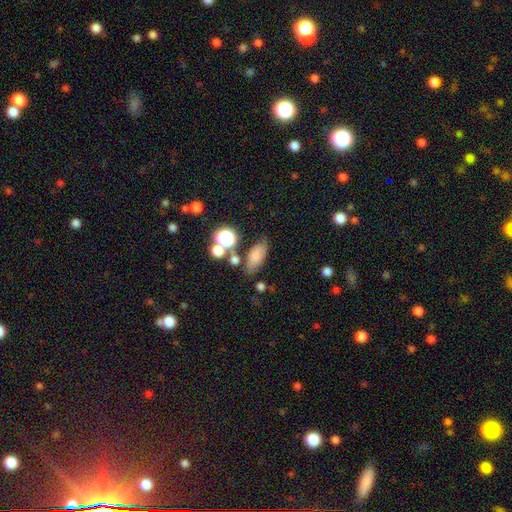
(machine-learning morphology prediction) smooth-or-featured: smooth: 74% | star or artifact: 14% | featured or disk: 12%
  how-rounded: in between: 80% | round: 11% | cigar-shaped: 9%
  merging: none: 66% | minor disturbance: 15% | merger: 12% | major disturbance: 6%